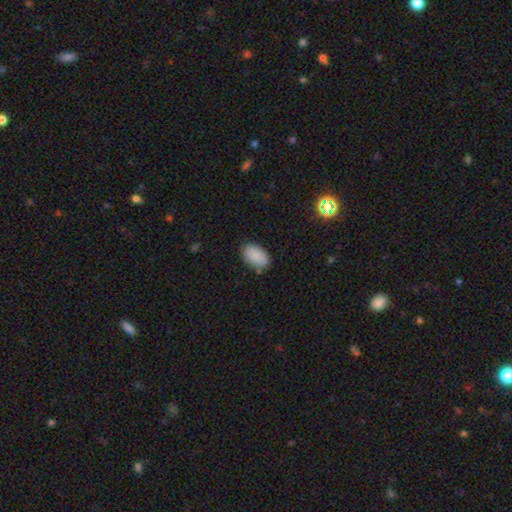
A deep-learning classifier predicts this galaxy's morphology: This appears to be a smooth galaxy with no disk features (88%) that is in between round and cigar-shaped (92%). Merging: none (78%).